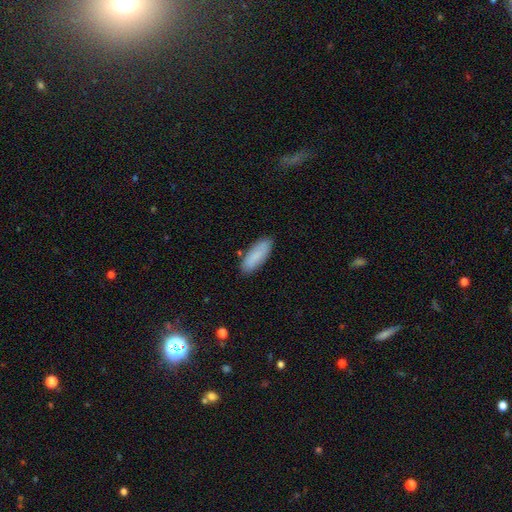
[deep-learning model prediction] smooth 85%, featured or disk 9%, star or artifact 6%. Down the decision tree: how rounded — in between (65%); merging — none (86%).